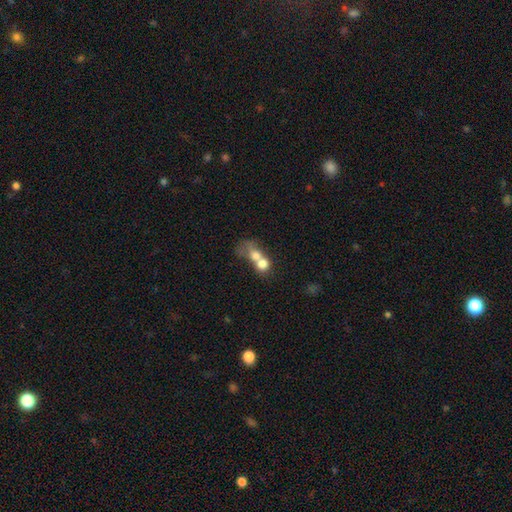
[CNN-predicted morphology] Smooth or featured? Predicted: smooth (p=0.64). How rounded? Predicted: round (p=0.59). Merging? Predicted: merger (p=0.72).